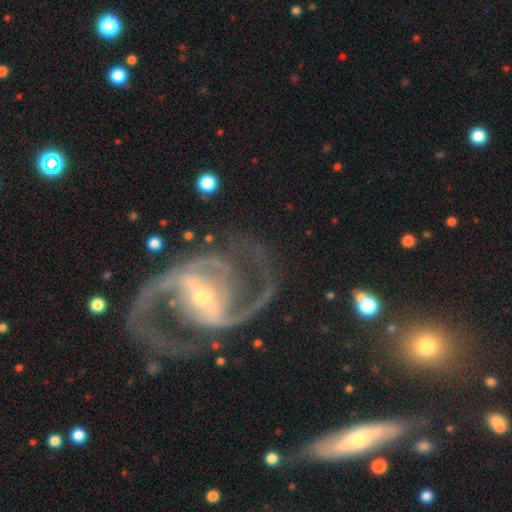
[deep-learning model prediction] A featured or disk galaxy (92%) with a strong bar (61%), 2 (90%) medium (61%) spiral arms (98%) and a small central bulge (64%). Merging: none (71%).